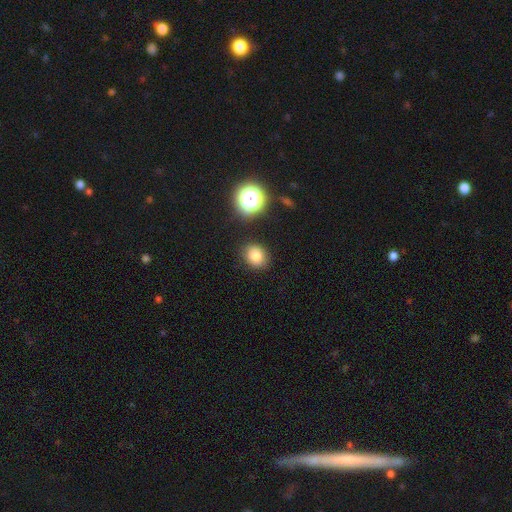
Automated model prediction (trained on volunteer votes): Smooth or featured?
  - smooth: 80% *
  - star or artifact: 13%
  - featured or disk: 7%
How rounded?
  - round: 61% *
  - in between: 38%
  - cigar-shaped: 1%
Merging?
  - none: 86% *
  - minor disturbance: 9%
  - major disturbance: 3%
  - merger: 3%